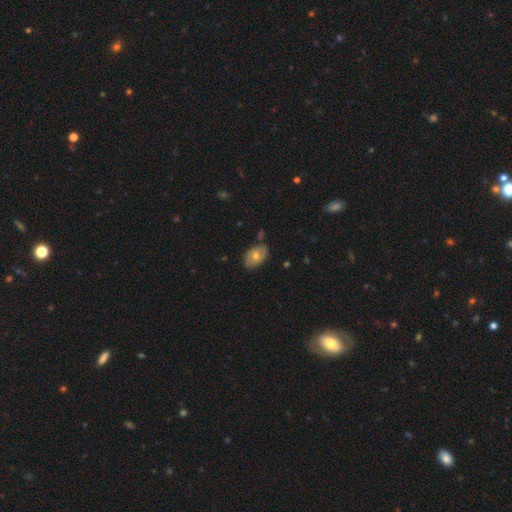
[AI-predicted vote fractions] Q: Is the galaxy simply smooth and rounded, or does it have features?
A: smooth — 59%.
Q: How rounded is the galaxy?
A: in between — 85%.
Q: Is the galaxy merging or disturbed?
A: none — 74%.